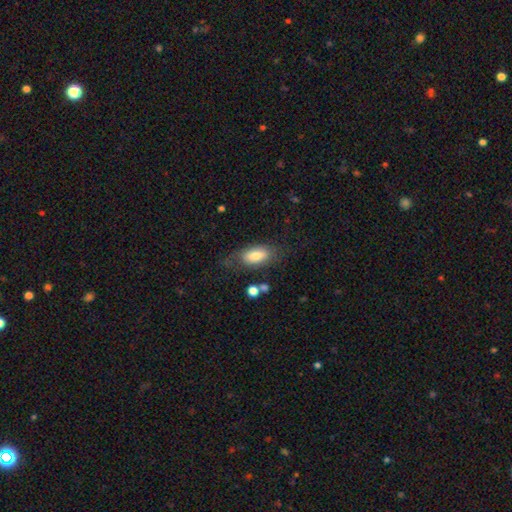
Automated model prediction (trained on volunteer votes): Overall: smooth (73%). How rounded: in between (87%). Merging: none (59%; minor disturbance 23%).